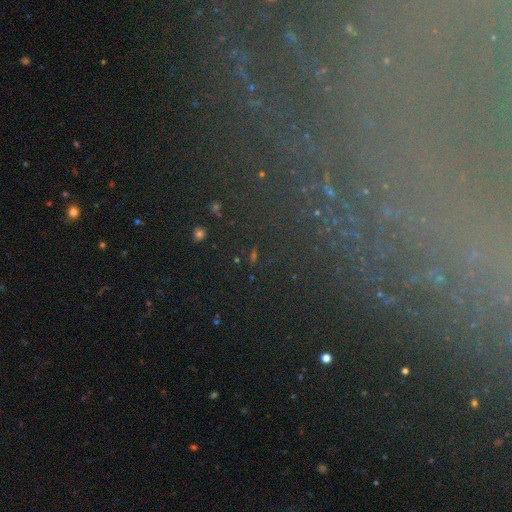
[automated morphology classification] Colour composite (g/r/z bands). It shows a star or artifact, not a galaxy (63%).